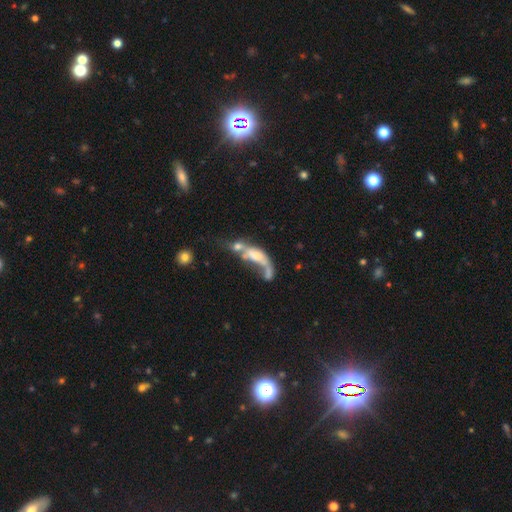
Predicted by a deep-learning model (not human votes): Smooth or featured?
  - featured or disk: 50% *
  - smooth: 40%
  - star or artifact: 10%
Edge-on disk?
  - no: 86% *
  - yes: 14%
Merging?
  - merger: 60% *
  - major disturbance: 24%
  - none: 10%
  - minor disturbance: 7%